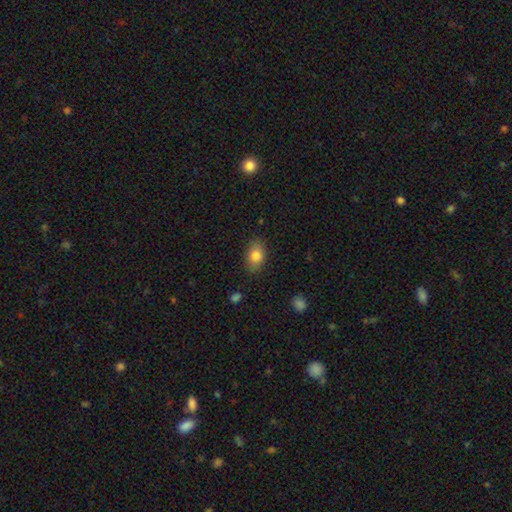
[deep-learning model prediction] This is clearly a smooth galaxy (82%). How rounded: clearly in between (80%). Merging: clearly none (83%).